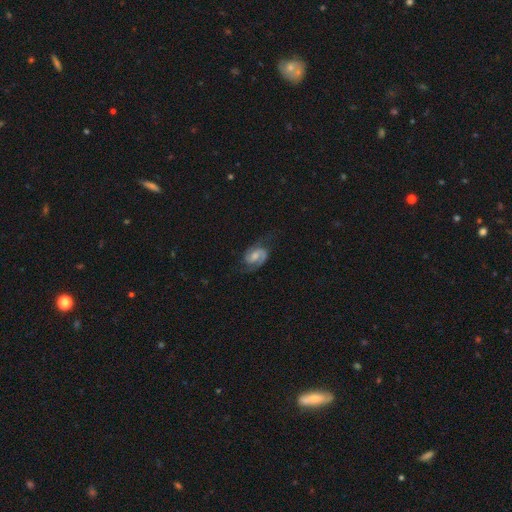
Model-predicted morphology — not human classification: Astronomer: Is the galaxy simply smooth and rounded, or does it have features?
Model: featured or disk — 82%.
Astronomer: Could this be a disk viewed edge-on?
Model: no — 98%.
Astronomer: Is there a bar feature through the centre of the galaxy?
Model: weak — 51% (runner-up: no, 34%).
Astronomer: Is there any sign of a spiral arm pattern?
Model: yes — 97%.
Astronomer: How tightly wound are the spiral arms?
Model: medium — 53%.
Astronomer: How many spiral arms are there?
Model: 2 — 88%.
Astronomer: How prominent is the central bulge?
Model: moderate — 41% (runner-up: small, 31%).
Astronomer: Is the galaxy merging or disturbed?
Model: none — 68%.